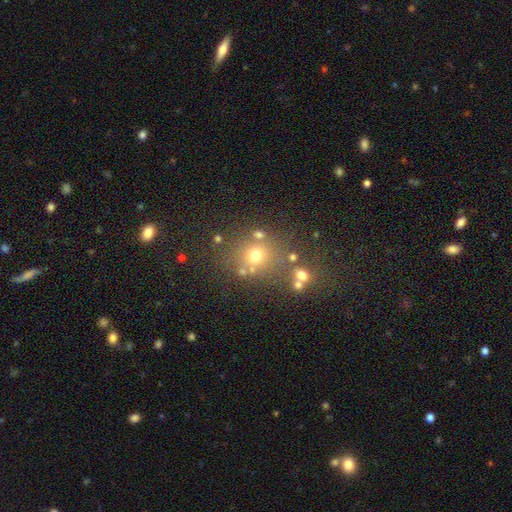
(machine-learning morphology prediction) This appears to be a smooth galaxy with no disk features (62%) that is round (80%). Merging: none (68%).